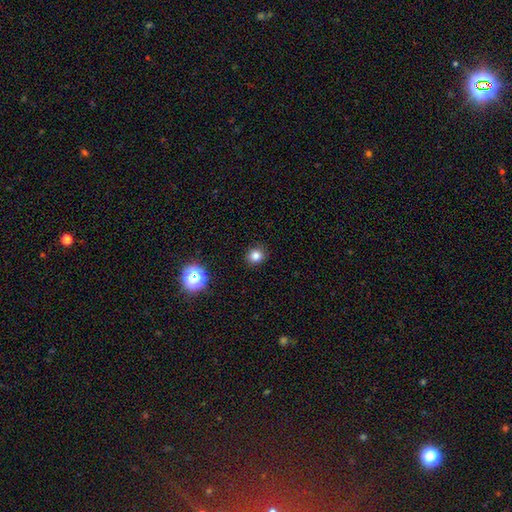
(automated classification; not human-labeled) Smooth or featured?
  - smooth: 81% *
  - star or artifact: 14%
  - featured or disk: 5%
How rounded?
  - round: 88% *
  - in between: 11%
  - cigar-shaped: 1%
Merging?
  - none: 90% *
  - minor disturbance: 7%
  - major disturbance: 2%
  - merger: 1%